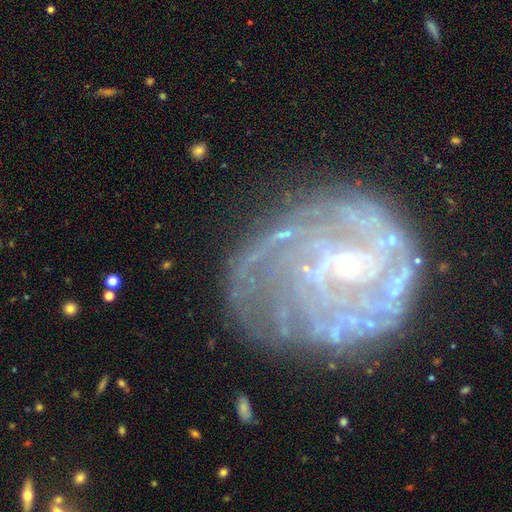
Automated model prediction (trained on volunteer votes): Smooth or featured?
  - featured or disk: 84% *
  - star or artifact: 9%
  - smooth: 8%
Edge-on disk?
  - no: 97% *
  - yes: 3%
Bar?
  - no: 62% *
  - weak: 28%
  - strong: 10%
Spiral arms?
  - yes: 91% *
  - no: 9%
Spiral winding?
  - tight: 64% *
  - medium: 27%
  - loose: 9%
Spiral arm count?
  - can't tell: 33% *
  - 2: 17%
  - 4: 15%
  - 3: 15%
  - more than 4: 12%
  - 1: 8%
Bulge size?
  - small: 82% *
  - moderate: 10%
  - none: 6%
  - large: 1%
  - dominant: 1%
Merging?
  - none: 67% *
  - minor disturbance: 18%
  - major disturbance: 13%
  - merger: 3%